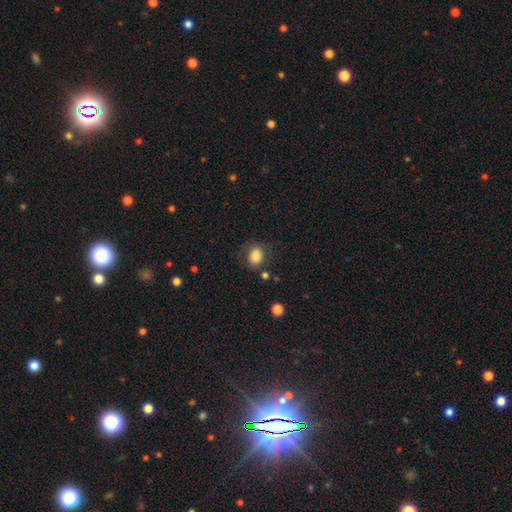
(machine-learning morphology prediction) Smooth or featured: smooth — 84% (star or artifact — 10%)
How rounded: round — 52% (in between — 47%)
Merging: none — 76% (minor disturbance — 14%)